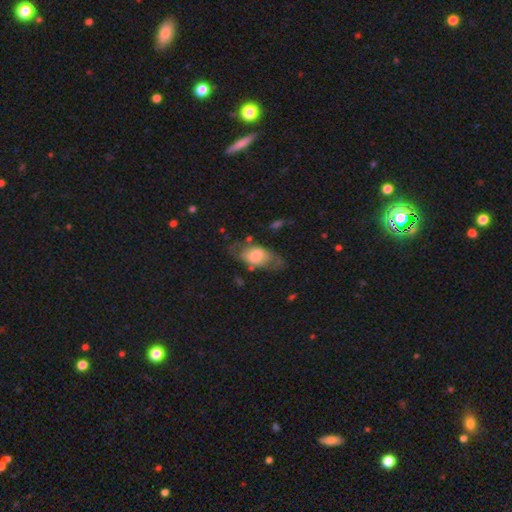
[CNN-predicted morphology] The model was most divided on "smooth or featured": smooth: 56%, featured or disk: 37%, star or artifact: 7%. Remaining: how rounded — in between (87%); merging — none (49%).